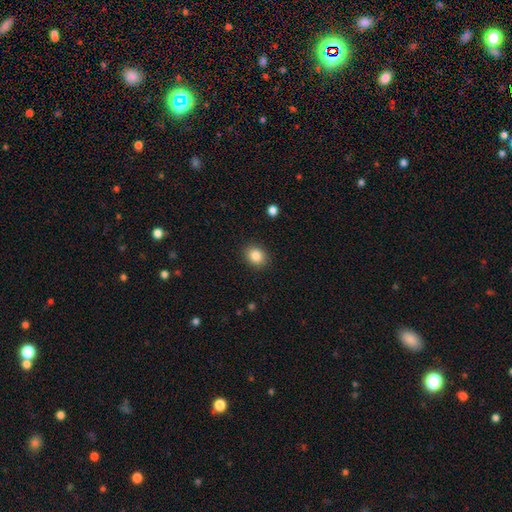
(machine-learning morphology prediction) Overall: smooth (85%). How rounded: round (52%; in between 47%). Merging: none (89%).